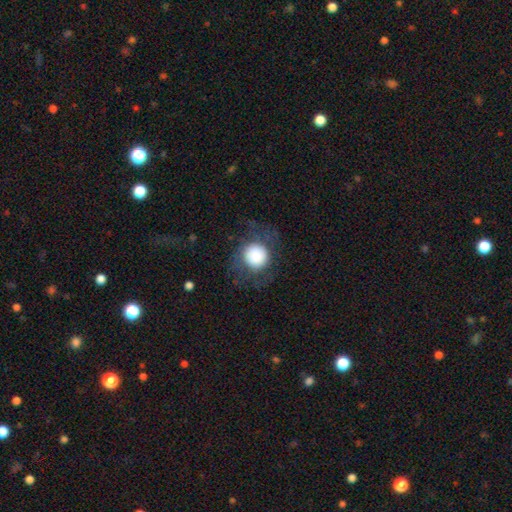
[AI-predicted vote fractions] The model was most divided on "merging": none: 65%, minor disturbance: 17%, major disturbance: 16%, merger: 2%. More confident: how rounded — round (89%); smooth or featured — smooth (76%).